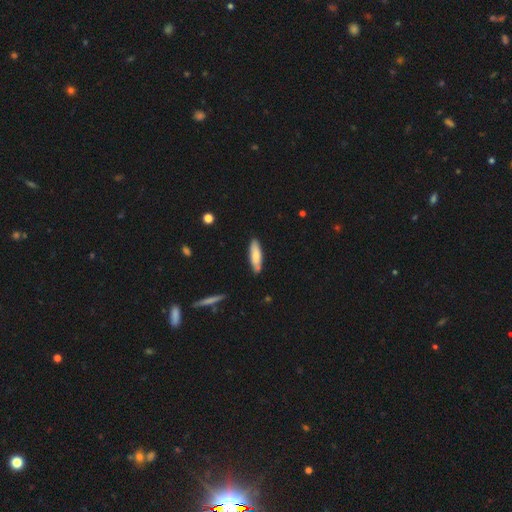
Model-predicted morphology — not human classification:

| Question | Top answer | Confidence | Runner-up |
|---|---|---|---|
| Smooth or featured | smooth | 73% | featured or disk (21%) |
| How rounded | cigar-shaped | 60% | in between (38%) |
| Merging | none | 81% | minor disturbance (14%) |